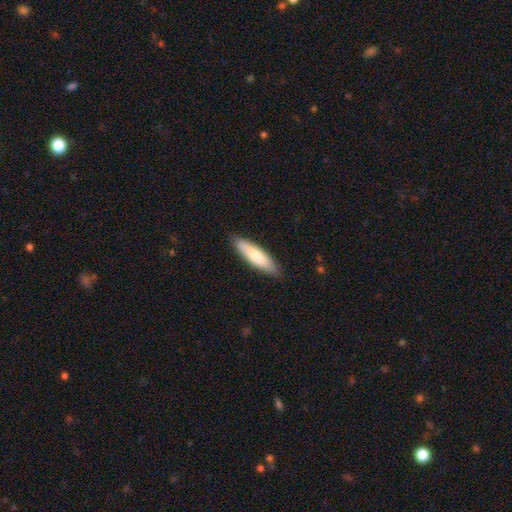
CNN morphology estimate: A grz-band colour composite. It shows a smooth galaxy with no disk features (77%) that is cigar-shaped (68%). Merging: none (87%).